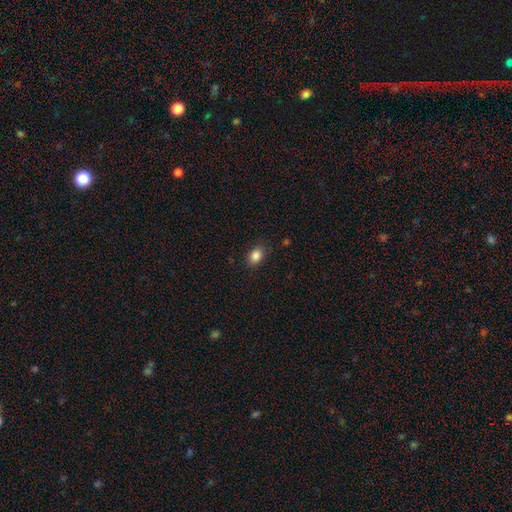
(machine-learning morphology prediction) A smooth galaxy with no disk features (86%) that is in between round and cigar-shaped (71%).

Vote fractions:
- Smooth or featured? smooth: 86% / star or artifact: 10% / featured or disk: 4%
- How rounded? in between: 71% / round: 28% / cigar-shaped: 1%
- Merging? none: 84% / minor disturbance: 12% / major disturbance: 3% / merger: 1%